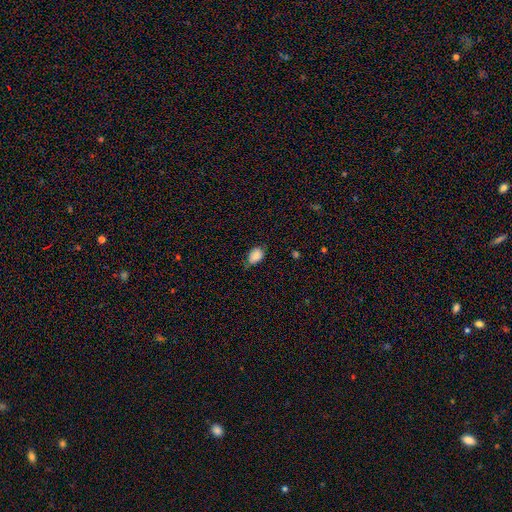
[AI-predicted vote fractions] Morphology: type=smooth (83%); roundness=in between (85%); merging=none (59%).